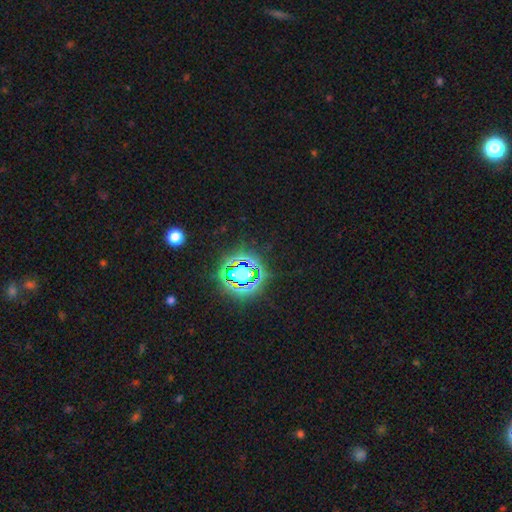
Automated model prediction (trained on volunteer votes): Morphology: type=star or artifact (79%).